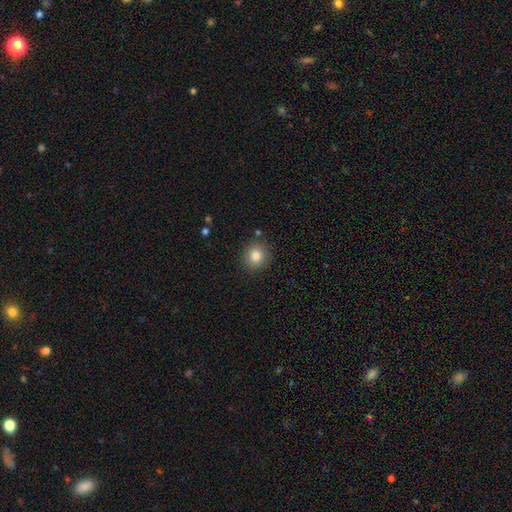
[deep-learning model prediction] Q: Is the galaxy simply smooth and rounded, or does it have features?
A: smooth — 82%.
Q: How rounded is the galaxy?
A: round — 85%.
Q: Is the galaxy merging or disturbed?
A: none — 88%.